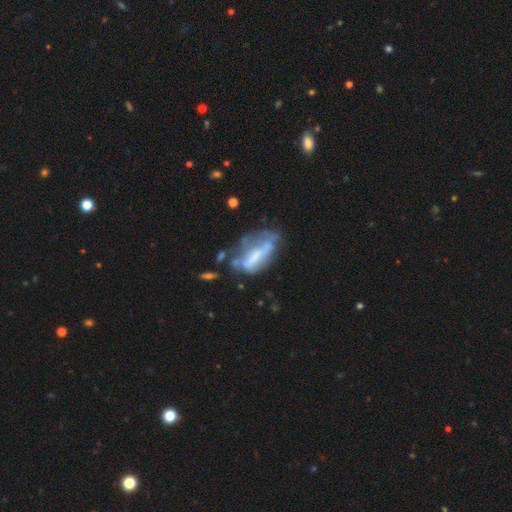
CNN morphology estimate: A featured or disk galaxy (52%).

Vote fractions:
- Smooth or featured? featured or disk: 52% / smooth: 38% / star or artifact: 10%
- Edge-on disk? no: 85% / yes: 15%
- Merging? none: 33% / major disturbance: 27% / minor disturbance: 27% / merger: 13%